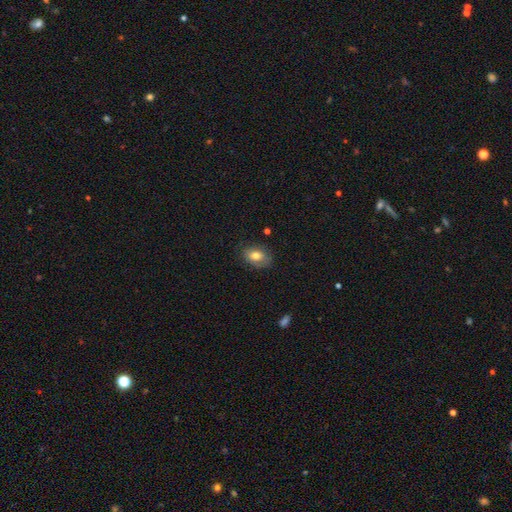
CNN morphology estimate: A smooth galaxy with no disk features (72%) that is in between round and cigar-shaped (82%). Merging: none (76%).